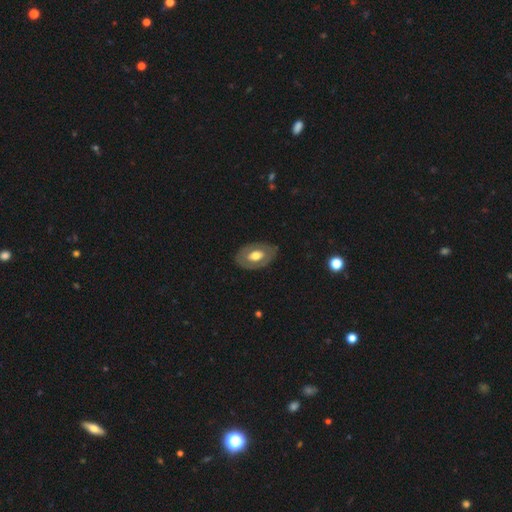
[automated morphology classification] featured or disk 49%, smooth 46%, star or artifact 6%. Down the decision tree: merging — none (82%).